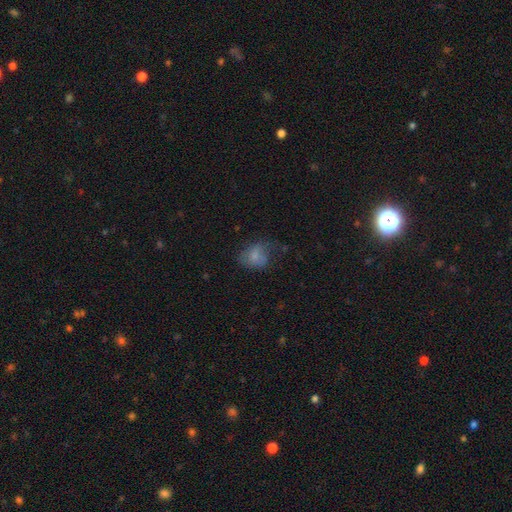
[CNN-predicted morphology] The model was most divided on "merging": none: 36%, major disturbance: 32%, minor disturbance: 30%, merger: 3%. More confident: smooth or featured — smooth (69%); how rounded — in between (58%).